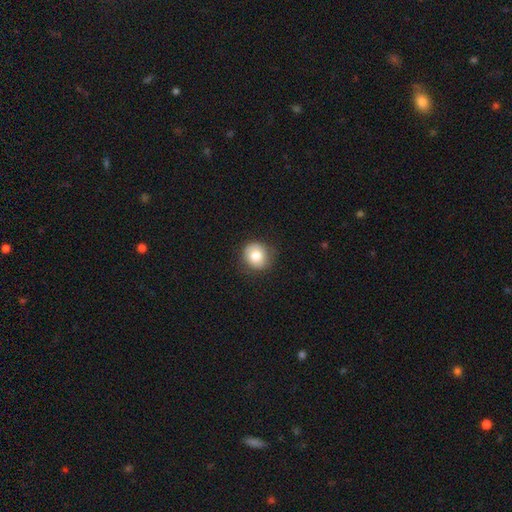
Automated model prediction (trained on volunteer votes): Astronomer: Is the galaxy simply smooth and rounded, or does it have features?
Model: smooth — 78%.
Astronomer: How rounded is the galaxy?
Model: round — 85%.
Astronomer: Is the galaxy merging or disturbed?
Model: none — 82%.